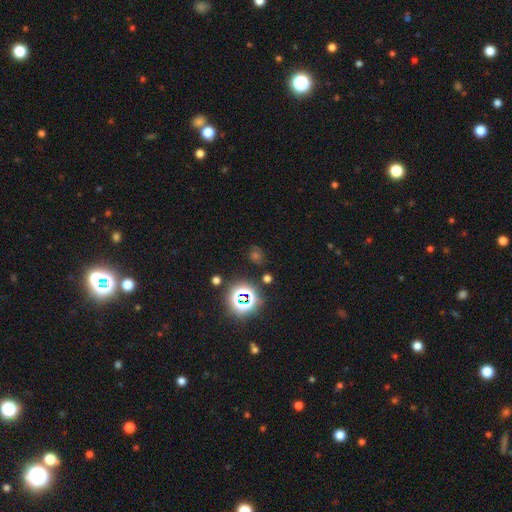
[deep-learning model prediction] The model was most divided on "smooth or featured": star or artifact: 58%, smooth: 33%, featured or disk: 9%.